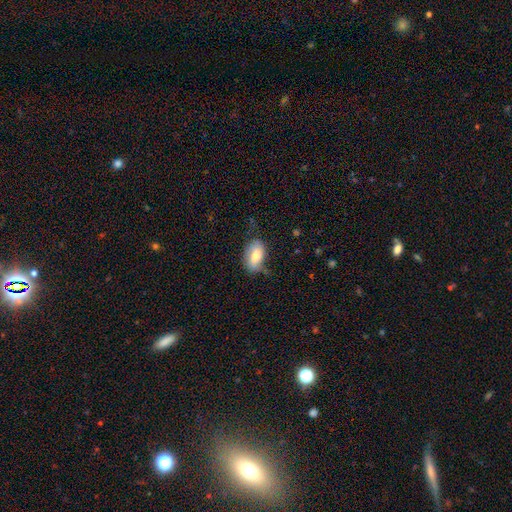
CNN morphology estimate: Overall: smooth (74%). How rounded: in between (91%). Merging: none (64%; minor disturbance 27%).